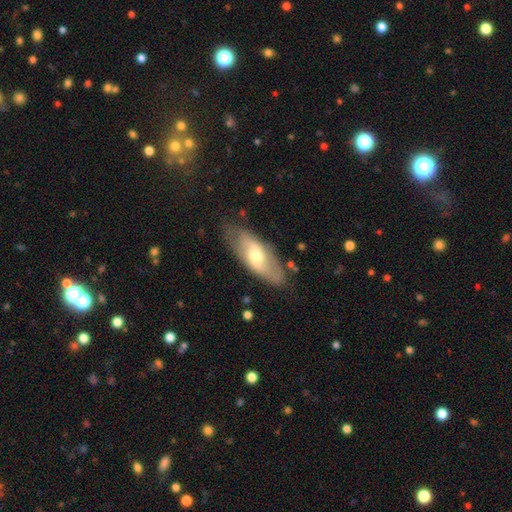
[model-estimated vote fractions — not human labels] Smooth or featured: featured or disk — 52% (smooth — 43%)
Edge-on disk: no — 80% (yes — 20%)
Merging: none — 75% (minor disturbance — 18%)